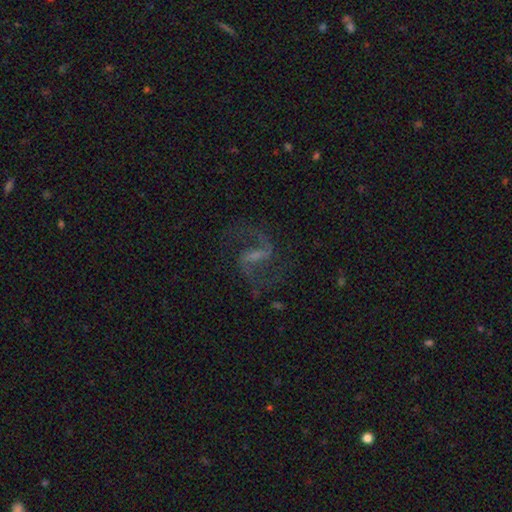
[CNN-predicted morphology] smooth_or_featured: featured or disk (p=0.88) [alt: star or artifact p=0.07]
disk_edge_on: no (p=0.98) [alt: yes p=0.02]
bar: weak (p=0.45) [alt: strong p=0.43]
has_spiral_arms: yes (p=0.97) [alt: no p=0.03]
spiral_winding: medium (p=0.48) [alt: loose p=0.46]
spiral_arm_count: 2 (p=0.94) [alt: can't tell p=0.02]
bulge_size: small (p=0.43) [alt: none p=0.32]
merging: none (p=0.77) [alt: minor disturbance p=0.12]